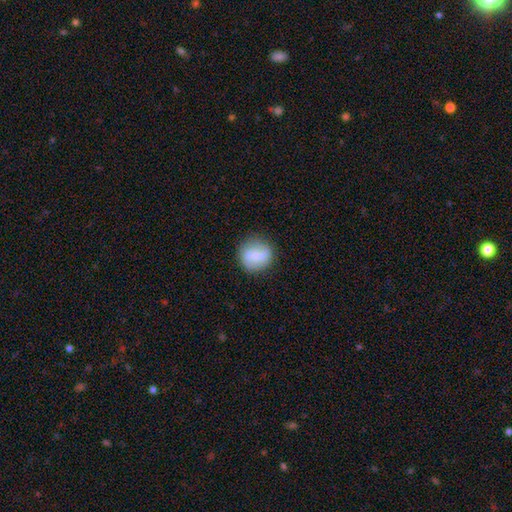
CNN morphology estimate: This is likely a smooth galaxy (68%). How rounded: clearly round (85%). Merging: clearly none (80%).